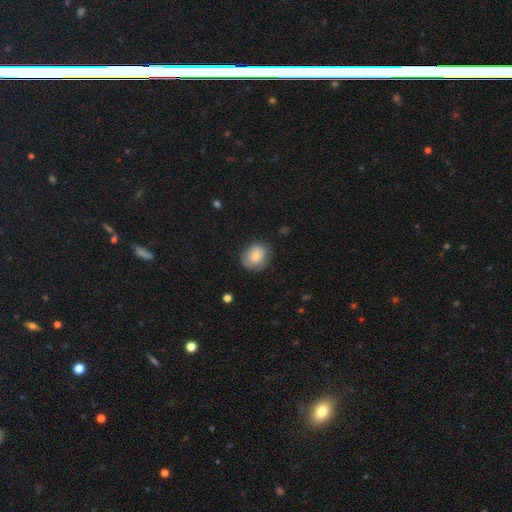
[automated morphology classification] Overall: smooth (75%). How rounded: round (66%; in between 33%). Merging: none (78%).